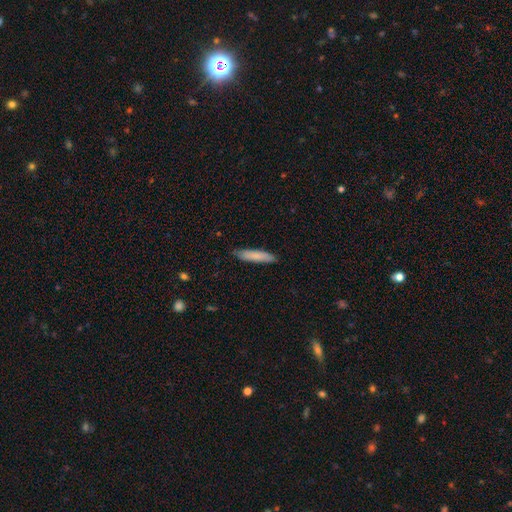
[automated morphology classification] This appears to be a smooth galaxy with no disk features (82%) that is cigar-shaped (83%). Merging: none (84%).